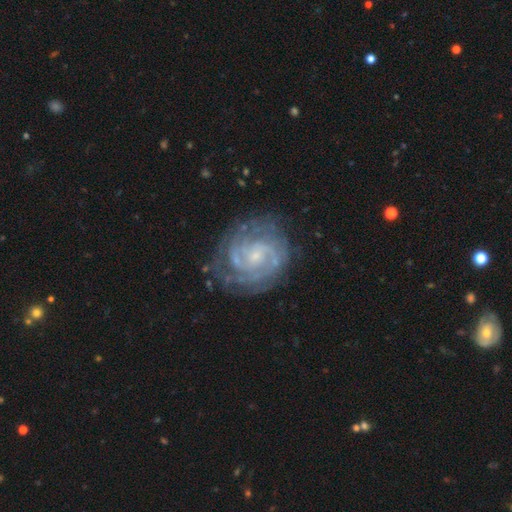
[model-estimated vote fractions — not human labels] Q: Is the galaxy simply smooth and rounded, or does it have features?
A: featured or disk — 86%.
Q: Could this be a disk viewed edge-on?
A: no — 98%.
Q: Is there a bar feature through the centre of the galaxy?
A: no — 62%.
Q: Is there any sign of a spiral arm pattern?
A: yes — 95%.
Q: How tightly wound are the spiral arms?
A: tight — 68%.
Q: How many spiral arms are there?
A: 2 — 34%.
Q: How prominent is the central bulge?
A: small — 75%.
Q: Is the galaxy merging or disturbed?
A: none — 75%.